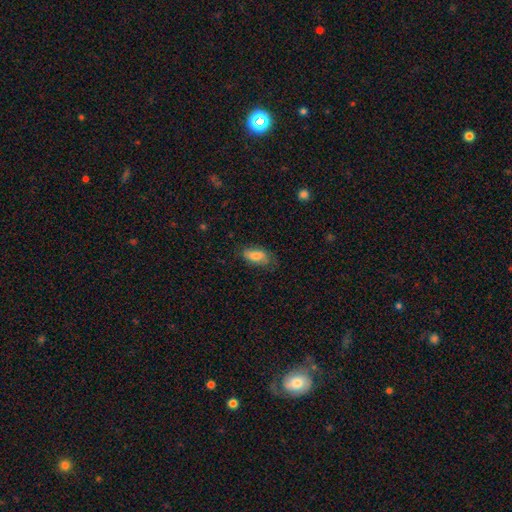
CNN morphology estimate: Smooth or featured? smooth (75%)
How rounded? in between (88%)
Merging? none (66%)